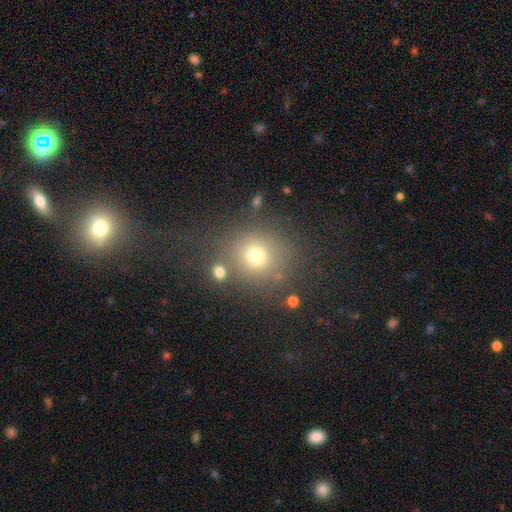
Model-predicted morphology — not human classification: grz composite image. It shows a smooth galaxy with no disk features (71%) that is round (82%). Merging: none (71%).